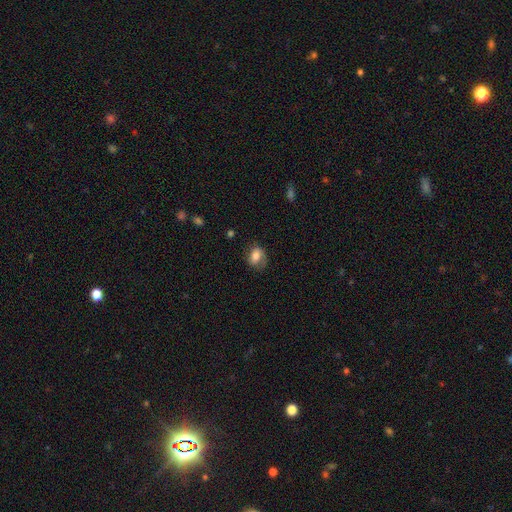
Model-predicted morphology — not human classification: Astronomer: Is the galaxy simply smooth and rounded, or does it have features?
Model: smooth — 67%.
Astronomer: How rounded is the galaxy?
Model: in between — 66%.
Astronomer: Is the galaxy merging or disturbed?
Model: none — 60%.